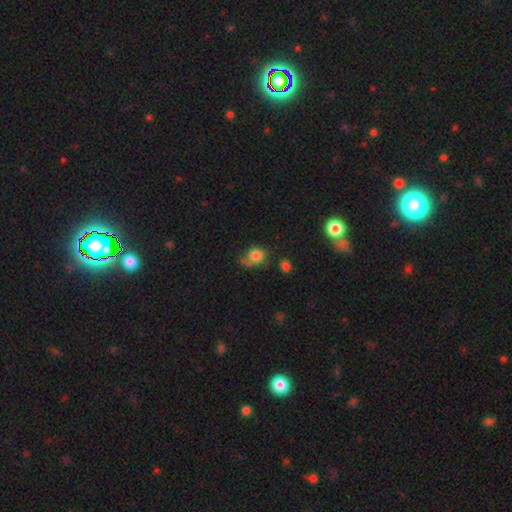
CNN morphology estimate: This appears to be a smooth galaxy with no disk features (72%) that is round (56%). Merging: none (40%).